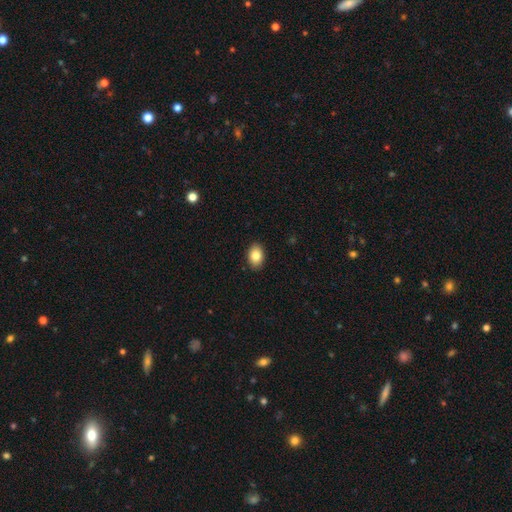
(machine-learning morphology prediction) smooth-or-featured: smooth: 84% | featured or disk: 8% | star or artifact: 8%
  how-rounded: in between: 82% | round: 16% | cigar-shaped: 1%
  merging: none: 90% | minor disturbance: 7% | major disturbance: 2% | merger: 1%